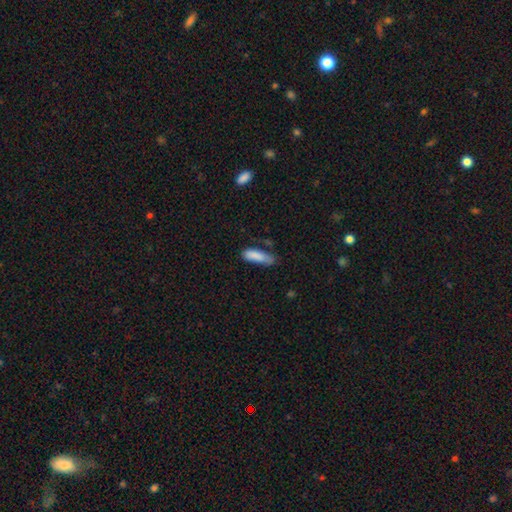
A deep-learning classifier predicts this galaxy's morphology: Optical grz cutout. It shows a smooth galaxy with no disk features (84%) that is cigar-shaped (50%). Merging: none (53%).